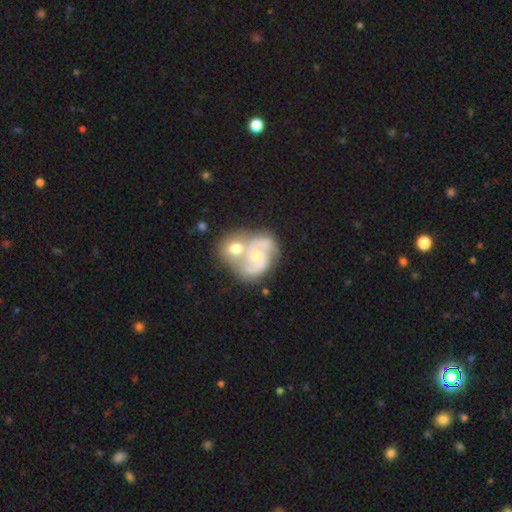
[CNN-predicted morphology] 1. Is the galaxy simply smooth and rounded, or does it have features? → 80% featured or disk, 14% smooth, 6% star or artifact.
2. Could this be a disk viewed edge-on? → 98% no, 2% yes.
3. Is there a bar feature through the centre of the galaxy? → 65% no, 29% weak, 6% strong.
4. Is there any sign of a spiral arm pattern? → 92% yes, 8% no.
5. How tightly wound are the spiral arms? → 55% medium, 26% tight, 19% loose.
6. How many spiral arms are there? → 69% 2, 14% 3, 9% can't tell, 3% 1, 2% 4, 2% more than 4.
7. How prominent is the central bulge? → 47% moderate, 45% small, 4% none, 3% large, 1% dominant.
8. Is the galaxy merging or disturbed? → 55% merger, 27% none, 11% minor disturbance, 7% major disturbance.